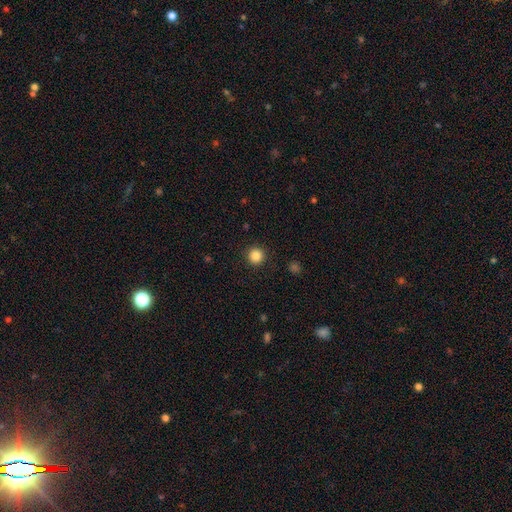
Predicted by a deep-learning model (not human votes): Smooth or featured? Predicted: smooth (p=0.85). How rounded? Predicted: round (p=0.95). Merging? Predicted: none (p=0.92).